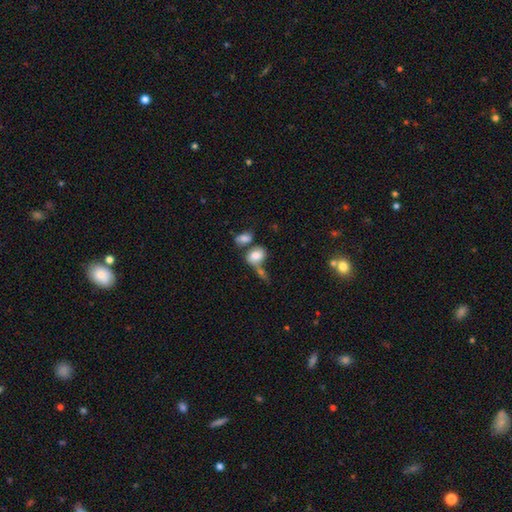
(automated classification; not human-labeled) smooth 75%, featured or disk 15%, star or artifact 10%. Down the decision tree: how rounded — in between (73%); merging — merger (49%).